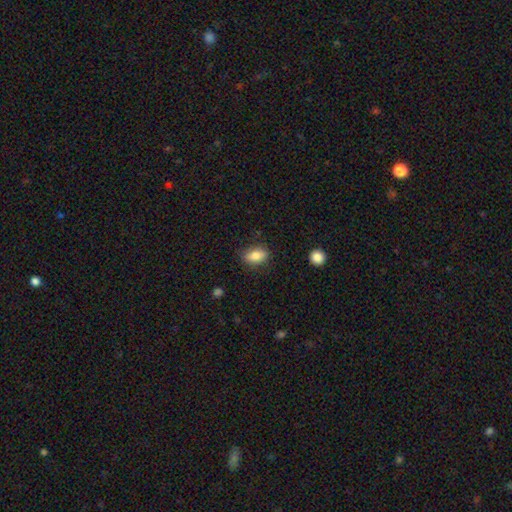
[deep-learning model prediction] smooth_or_featured: smooth (p=0.82) [alt: featured or disk p=0.10]
how_rounded: in between (p=0.85) [alt: round p=0.10]
merging: none (p=0.82) [alt: minor disturbance p=0.14]